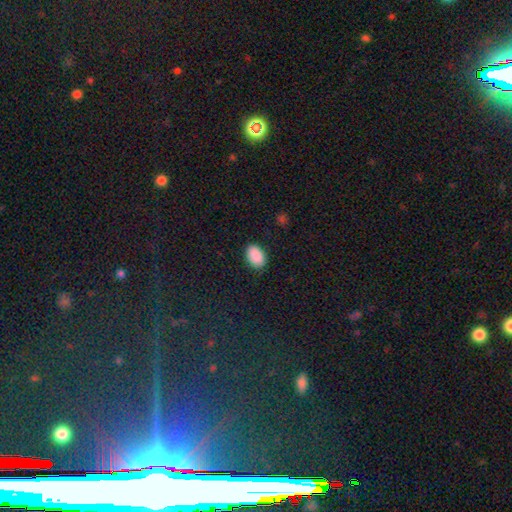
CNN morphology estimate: Smooth or featured?
  - smooth: 90% *
  - star or artifact: 7%
  - featured or disk: 3%
How rounded?
  - in between: 89% *
  - round: 10%
  - cigar-shaped: 1%
Merging?
  - none: 87% *
  - minor disturbance: 10%
  - major disturbance: 2%
  - merger: 1%